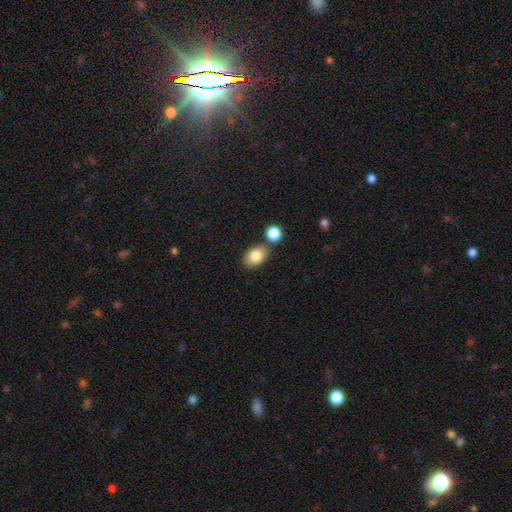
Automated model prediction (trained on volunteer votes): smooth_or_featured: smooth (p=0.82) [alt: featured or disk p=0.10]
how_rounded: in between (p=0.84) [alt: round p=0.15]
merging: none (p=0.73) [alt: merger p=0.13]